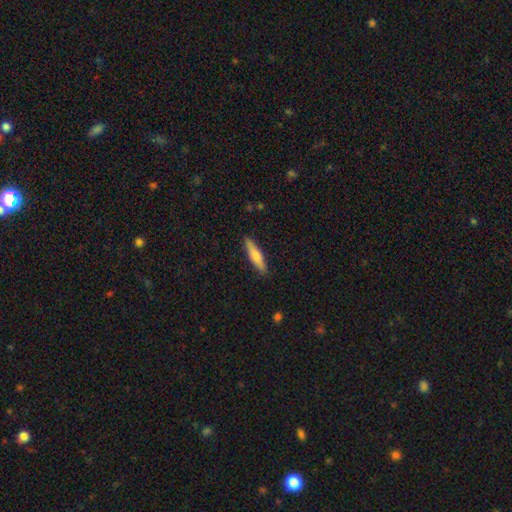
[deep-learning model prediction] Smooth or featured? smooth (67%)
How rounded? cigar-shaped (82%)
Merging? none (89%)